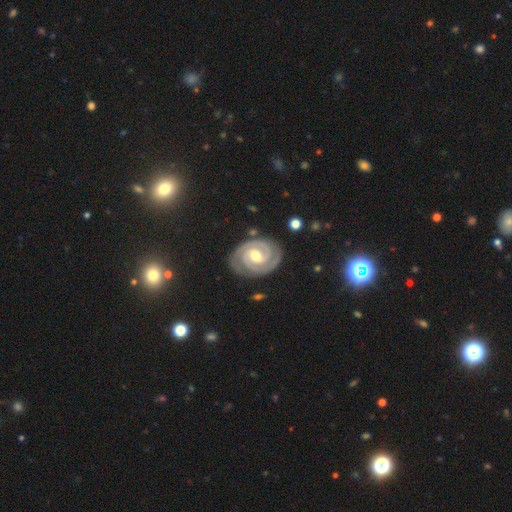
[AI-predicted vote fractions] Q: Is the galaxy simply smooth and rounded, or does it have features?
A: featured or disk — 91%.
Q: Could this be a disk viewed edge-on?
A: no — 98%.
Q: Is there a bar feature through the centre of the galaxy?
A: no — 42%.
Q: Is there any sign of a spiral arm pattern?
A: yes — 98%.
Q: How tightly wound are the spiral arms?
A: tight — 82%.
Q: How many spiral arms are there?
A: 2 — 86%.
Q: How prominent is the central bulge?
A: moderate — 70%.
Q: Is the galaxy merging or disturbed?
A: none — 83%.